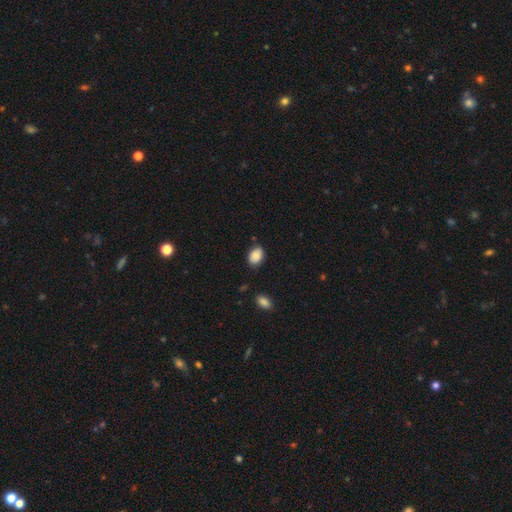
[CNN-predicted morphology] Smooth or featured? smooth (87%)
How rounded? in between (82%)
Merging? none (78%)